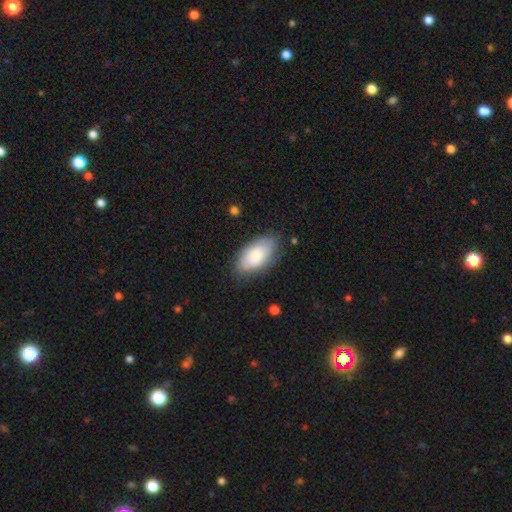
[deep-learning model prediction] A smooth galaxy with no disk features (69%) that is in between round and cigar-shaped (93%).

Vote fractions:
- Smooth or featured? smooth: 69% / featured or disk: 25% / star or artifact: 6%
- How rounded? in between: 93% / cigar-shaped: 3% / round: 3%
- Merging? none: 76% / minor disturbance: 18% / major disturbance: 4% / merger: 1%